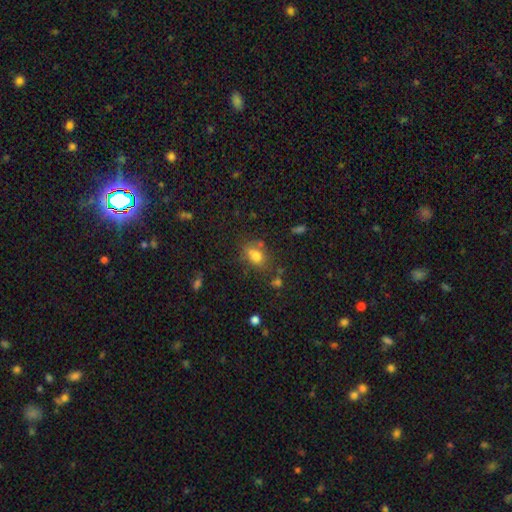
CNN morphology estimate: A smooth galaxy with no disk features (73%) that is in between round and cigar-shaped (68%). Merging: none (58%).